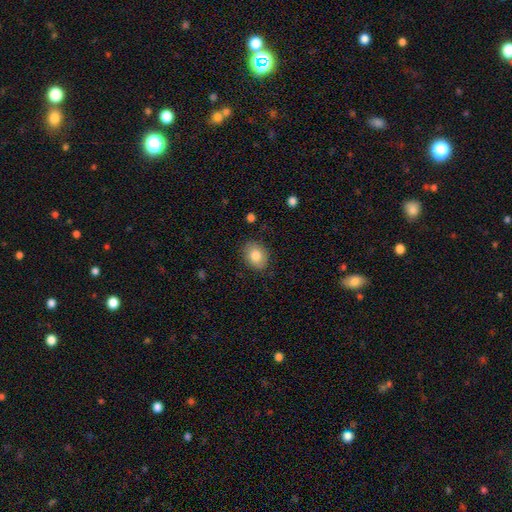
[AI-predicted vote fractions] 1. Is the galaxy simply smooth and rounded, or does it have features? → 83% smooth, 9% featured or disk, 8% star or artifact.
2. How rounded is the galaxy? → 62% in between, 37% round, 1% cigar-shaped.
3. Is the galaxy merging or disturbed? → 84% none, 12% minor disturbance, 3% major disturbance, 1% merger.